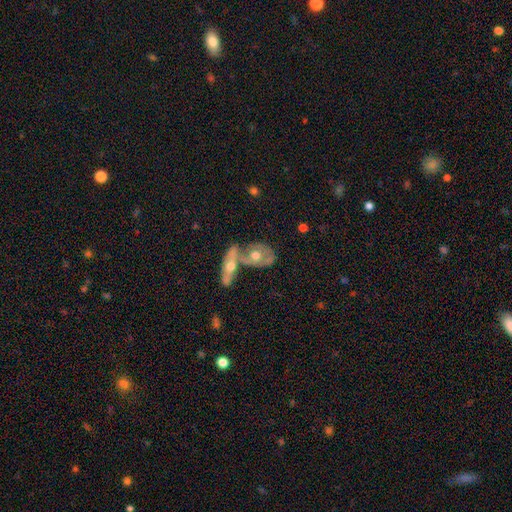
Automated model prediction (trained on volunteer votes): This is possibly a featured or disk galaxy (53%). It is likely not viewed edge-on (79%). Merging: likely merger (60%).